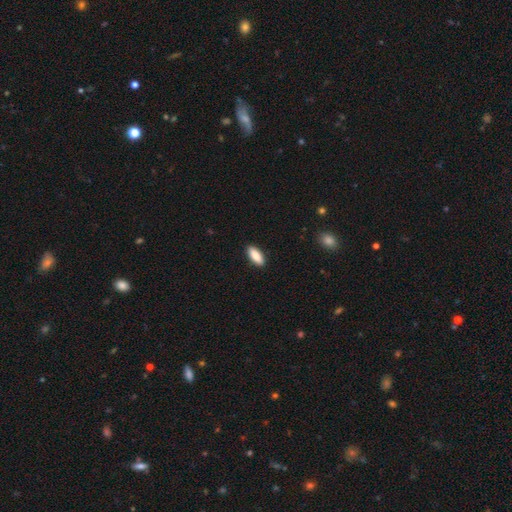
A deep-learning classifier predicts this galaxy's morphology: The model was most divided on "how rounded": in between: 77%, cigar-shaped: 21%, round: 2%. More confident: merging — none (91%); smooth or featured — smooth (86%).